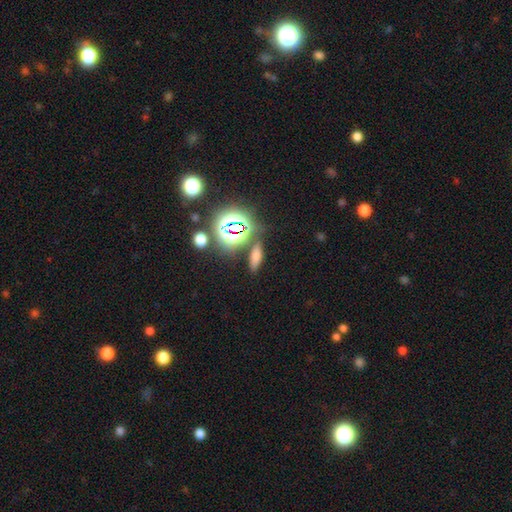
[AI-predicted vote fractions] Q: Smooth or featured?
A: smooth (61%); runner-up: star or artifact (29%)
Q: How rounded?
A: in between (47%); runner-up: cigar-shaped (42%)
Q: Merging?
A: none (78%); runner-up: minor disturbance (11%)